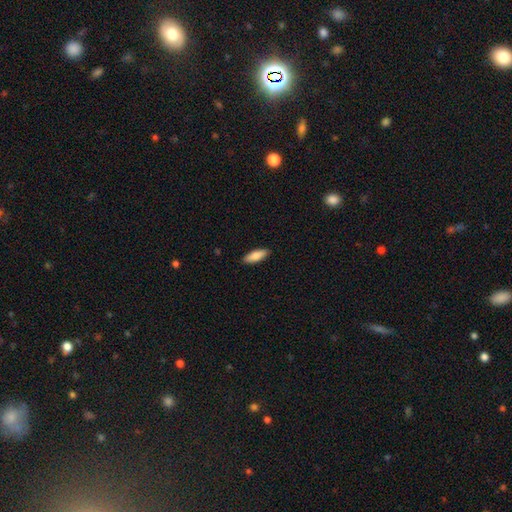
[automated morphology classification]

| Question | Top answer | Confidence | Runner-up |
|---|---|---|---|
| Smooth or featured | smooth | 82% | featured or disk (12%) |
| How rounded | in between | 65% | cigar-shaped (33%) |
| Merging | none | 89% | minor disturbance (8%) |